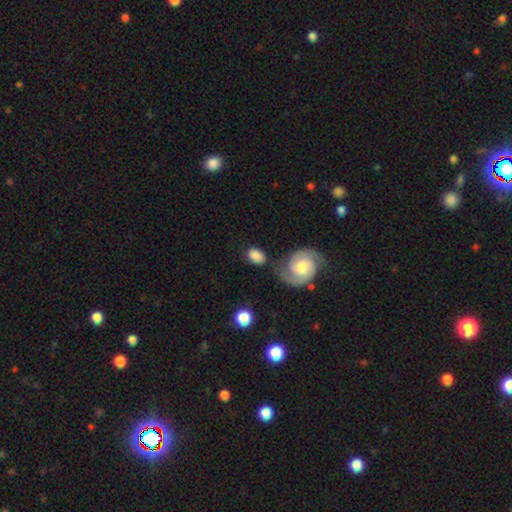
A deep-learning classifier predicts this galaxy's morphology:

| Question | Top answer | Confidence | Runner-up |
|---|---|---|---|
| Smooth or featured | smooth | 73% | featured or disk (21%) |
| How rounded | in between | 79% | round (19%) |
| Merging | none | 60% | minor disturbance (17%) |